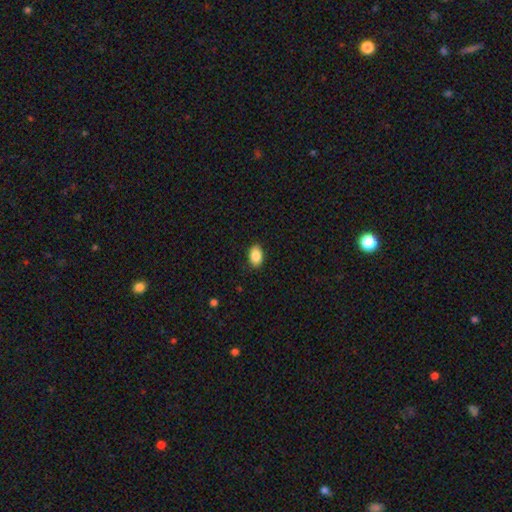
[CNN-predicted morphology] Overall: smooth (87%). How rounded: in between (90%). Merging: none (88%).